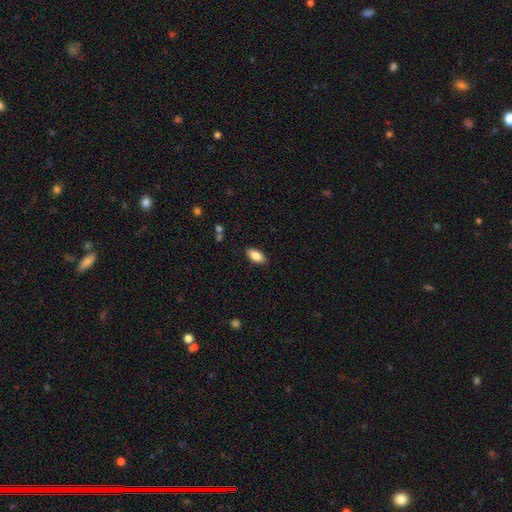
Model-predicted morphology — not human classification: Smooth or featured?
  - smooth: 84% *
  - featured or disk: 9%
  - star or artifact: 7%
How rounded?
  - in between: 90% *
  - cigar-shaped: 8%
  - round: 3%
Merging?
  - none: 88% *
  - minor disturbance: 9%
  - major disturbance: 2%
  - merger: 1%